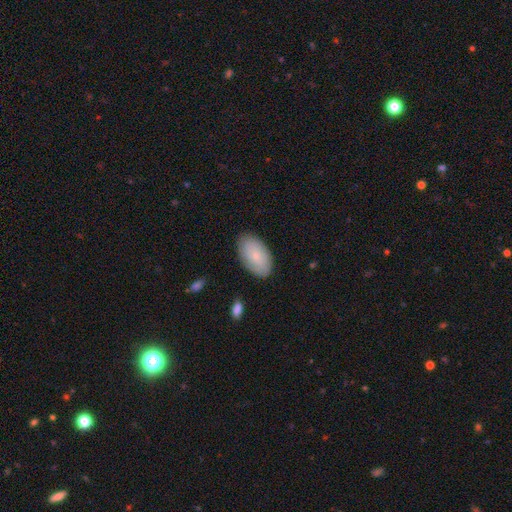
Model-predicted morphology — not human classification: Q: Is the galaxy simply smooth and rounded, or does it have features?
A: smooth — 78%.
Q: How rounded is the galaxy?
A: in between — 95%.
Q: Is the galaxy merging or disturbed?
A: none — 85%.